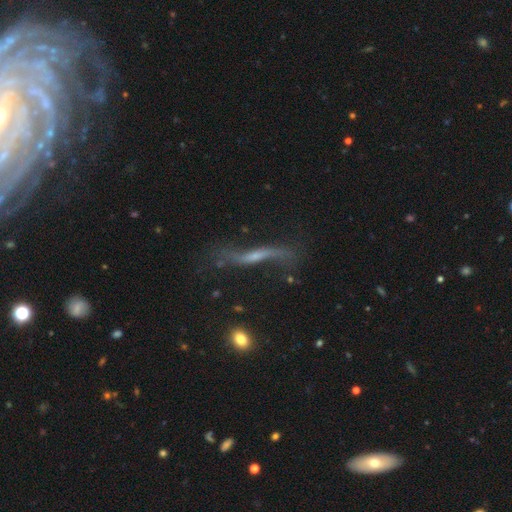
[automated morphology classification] This is likely a featured or disk galaxy (71%). It is possibly not viewed edge-on (51%). Merging: possibly none (49%).